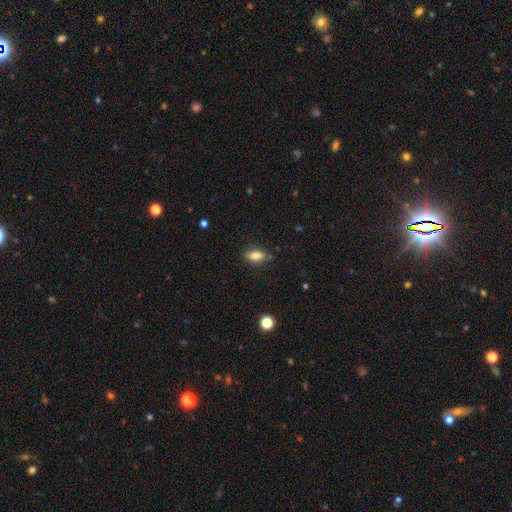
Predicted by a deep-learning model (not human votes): This is clearly a smooth galaxy (80%). How rounded: clearly in between (83%). Merging: likely none (77%).